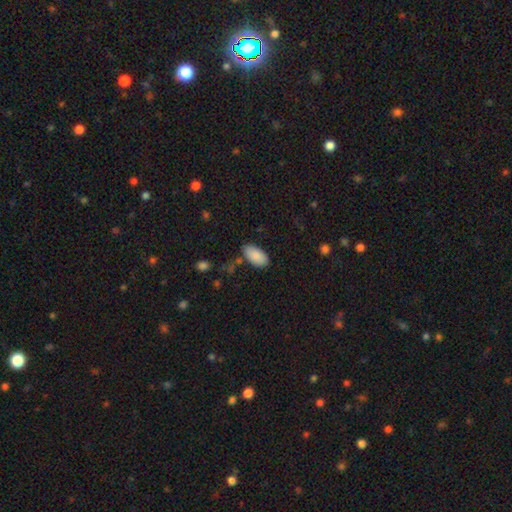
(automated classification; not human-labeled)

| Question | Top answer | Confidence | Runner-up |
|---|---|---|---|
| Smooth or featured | smooth | 89% | star or artifact (6%) |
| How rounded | in between | 95% | cigar-shaped (3%) |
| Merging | none | 77% | minor disturbance (16%) |